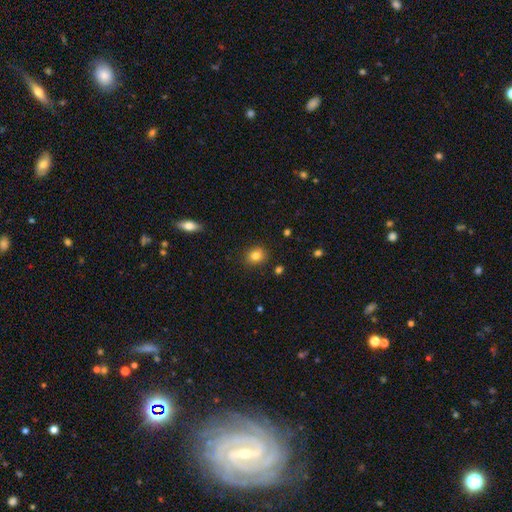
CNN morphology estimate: Smooth or featured? smooth (82%)
How rounded? round (70%)
Merging? none (87%)